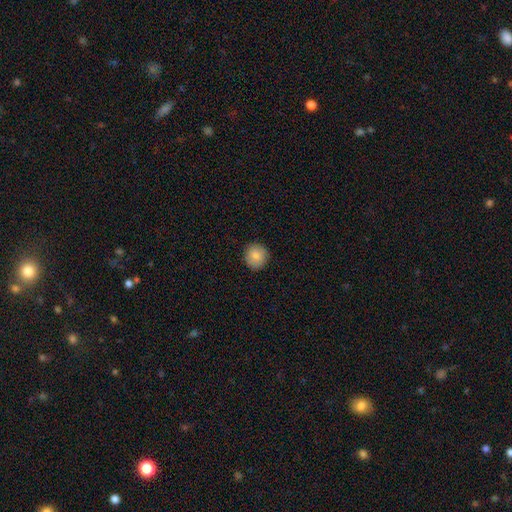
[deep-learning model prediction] Smooth or featured? Predicted: smooth (p=0.85). How rounded? Predicted: round (p=0.90). Merging? Predicted: none (p=0.89).